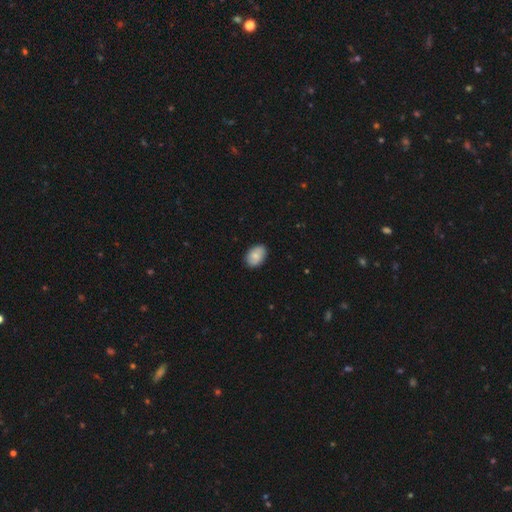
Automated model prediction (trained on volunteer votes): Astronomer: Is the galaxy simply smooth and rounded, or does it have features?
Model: smooth — 80%.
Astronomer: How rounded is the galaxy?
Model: in between — 84%.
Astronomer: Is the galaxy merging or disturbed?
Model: none — 86%.